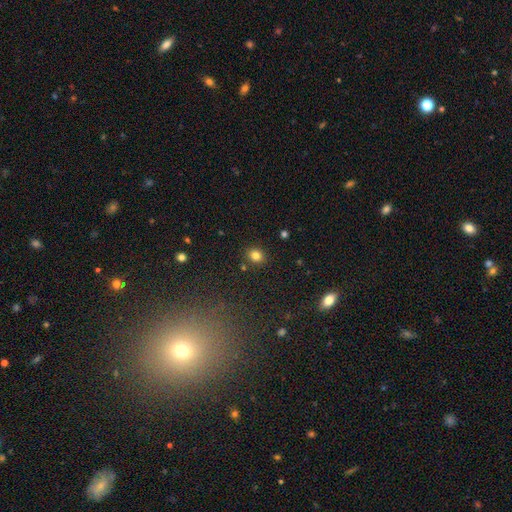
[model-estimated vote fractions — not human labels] smooth 81%, star or artifact 13%, featured or disk 6%. Down the decision tree: how rounded — round (72%); merging — none (89%).